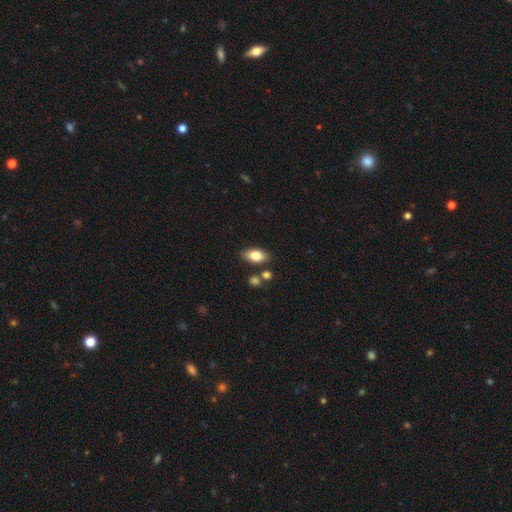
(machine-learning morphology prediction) This is clearly a smooth galaxy (82%). How rounded: clearly in between (89%). Merging: likely none (77%).